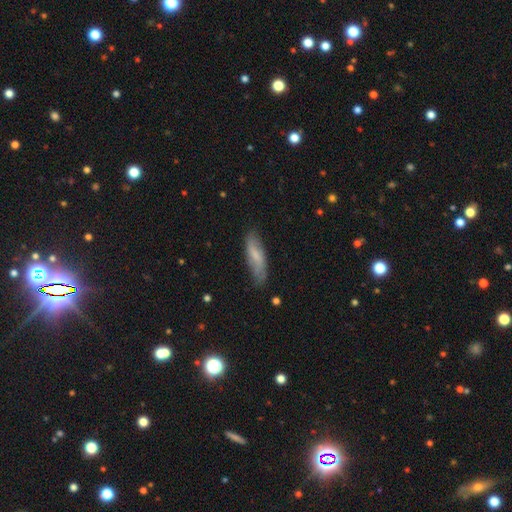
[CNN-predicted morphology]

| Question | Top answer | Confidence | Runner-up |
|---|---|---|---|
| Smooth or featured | smooth | 58% | featured or disk (35%) |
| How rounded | cigar-shaped | 54% | in between (44%) |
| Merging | none | 70% | minor disturbance (23%) |